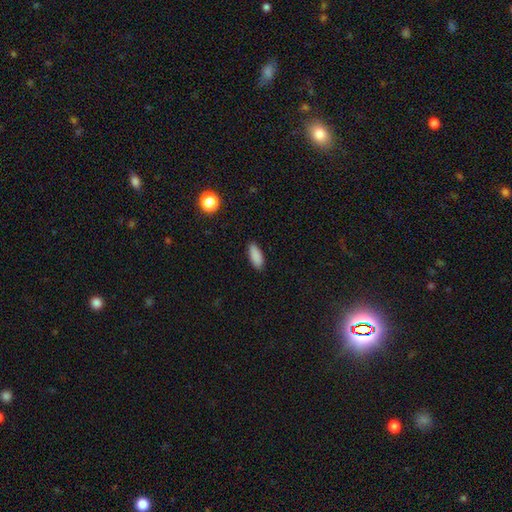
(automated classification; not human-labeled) This is clearly a smooth galaxy (89%). How rounded: likely in between (79%). Merging: clearly none (88%).